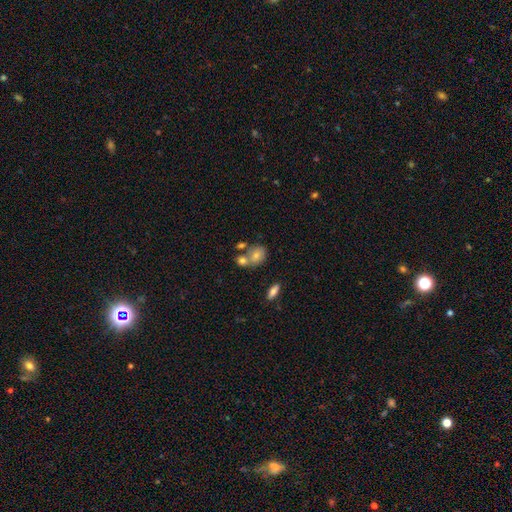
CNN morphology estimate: Smooth or featured? smooth (74%)
How rounded? in between (53%)
Merging? merger (42%)